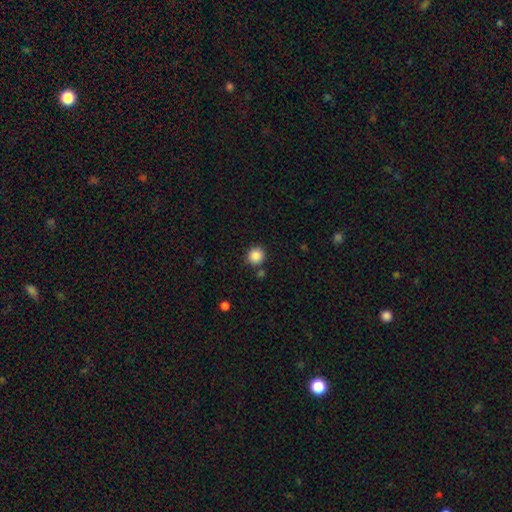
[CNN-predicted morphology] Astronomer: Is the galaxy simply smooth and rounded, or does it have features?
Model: smooth — 87%.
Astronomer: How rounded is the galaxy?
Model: round — 92%.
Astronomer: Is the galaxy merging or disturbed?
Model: none — 85%.